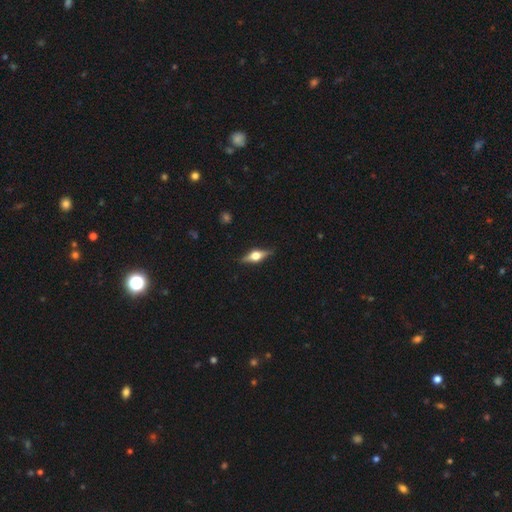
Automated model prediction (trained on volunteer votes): A featured or disk galaxy (72%) viewed edge-on (96%) with a rounded central bulge (95%).

Vote fractions:
- Smooth or featured? featured or disk: 72% / smooth: 21% / star or artifact: 7%
- Edge-on disk? yes: 96% / no: 4%
- Edge-on bulge? rounded: 95% / boxy: 4% / none: 1%
- Merging? none: 88% / minor disturbance: 9% / major disturbance: 2% / merger: 1%